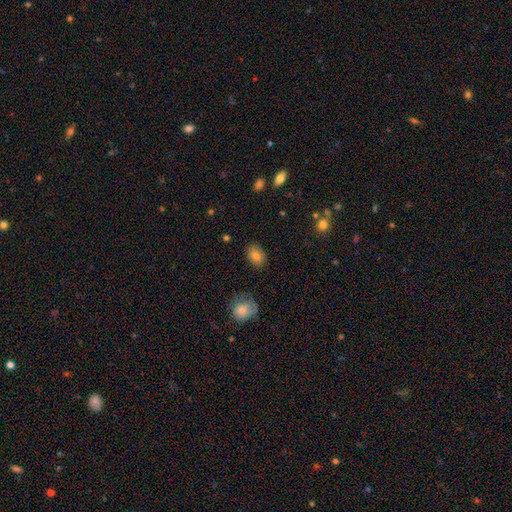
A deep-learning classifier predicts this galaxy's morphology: Smooth or featured: smooth — 81% (featured or disk — 10%)
How rounded: in between — 66% (round — 32%)
Merging: none — 85% (minor disturbance — 11%)